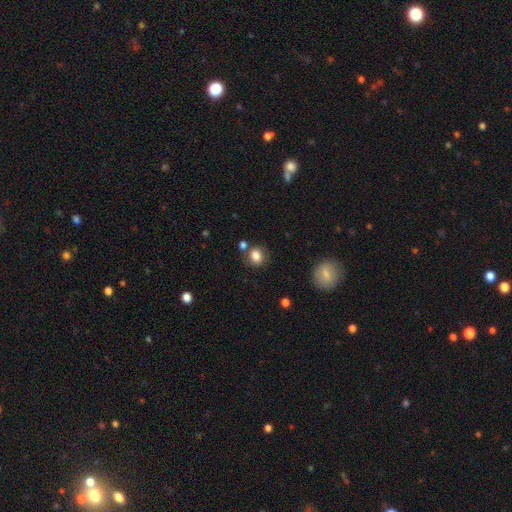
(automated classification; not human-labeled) Q: Smooth or featured?
A: smooth (83%); runner-up: star or artifact (10%)
Q: How rounded?
A: round (60%); runner-up: in between (39%)
Q: Merging?
A: none (72%); runner-up: minor disturbance (13%)